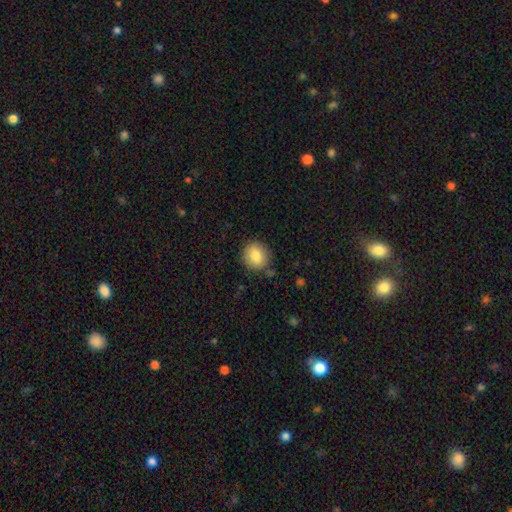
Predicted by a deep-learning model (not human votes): This is clearly a smooth galaxy (82%). How rounded: clearly round (81%). Merging: clearly none (83%).